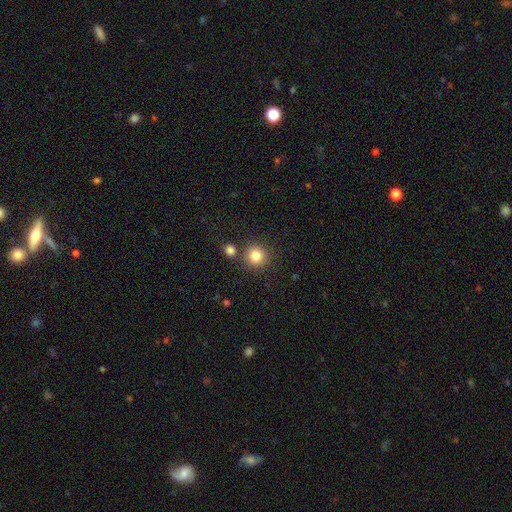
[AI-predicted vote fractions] smooth_or_featured: smooth (p=0.83) [alt: star or artifact p=0.11]
how_rounded: round (p=0.93) [alt: in between p=0.06]
merging: none (p=0.81) [alt: merger p=0.09]